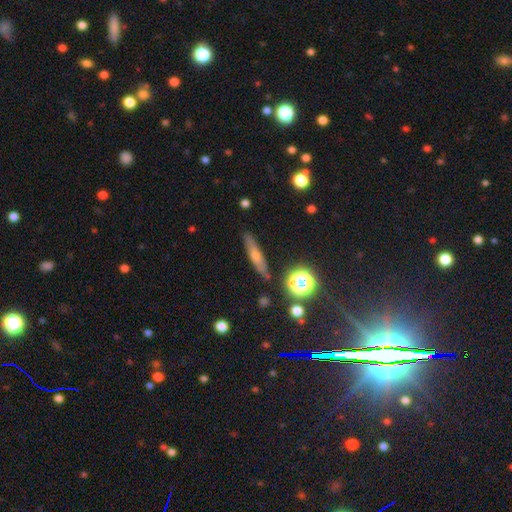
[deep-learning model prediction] This appears to be a smooth galaxy with no disk features (48%). Merging: none (87%).